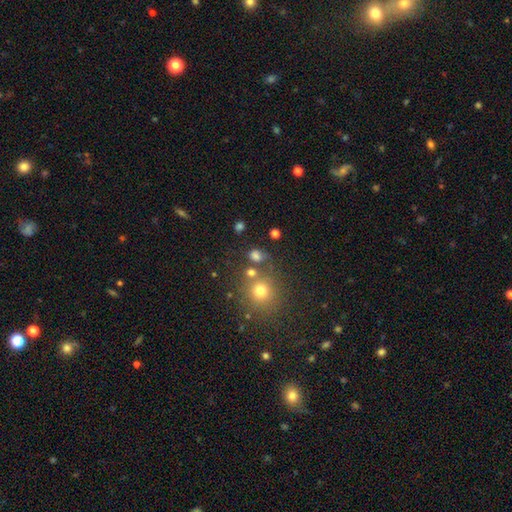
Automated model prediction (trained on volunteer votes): Smooth or featured? smooth (71%)
How rounded? round (63%)
Merging? none (63%)